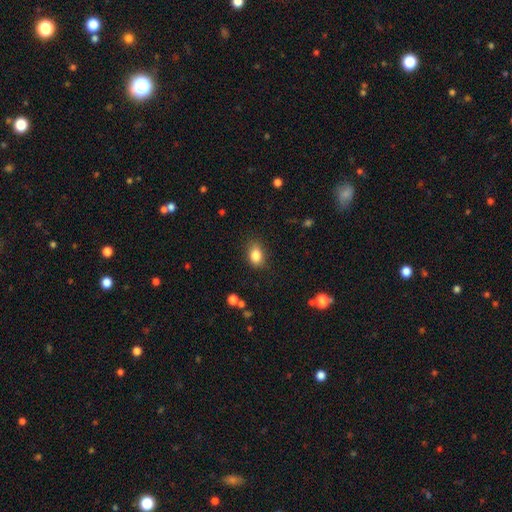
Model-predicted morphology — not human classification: smooth 85%, star or artifact 9%, featured or disk 6%. Down the decision tree: how rounded — in between (78%); merging — none (80%).